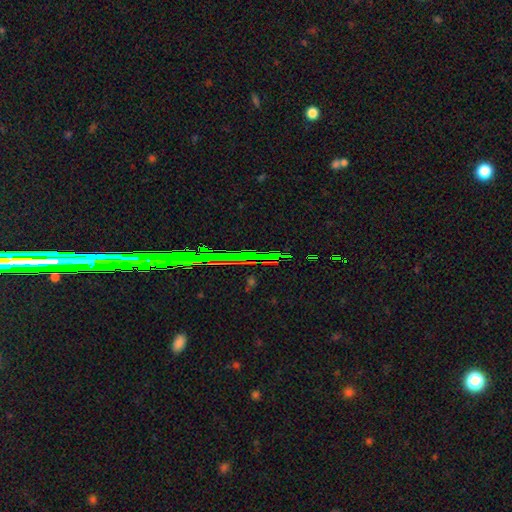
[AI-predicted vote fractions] smooth-or-featured: star or artifact: 73% | featured or disk: 14% | smooth: 13%